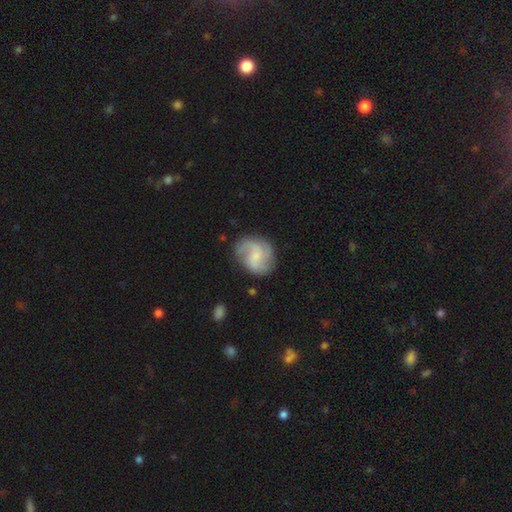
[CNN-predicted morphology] Smooth or featured? featured or disk (71%)
Edge-on disk? no (98%)
Bar? no (52%)
Spiral arms? yes (94%)
Spiral winding? medium (47%)
Spiral arm count? 2 (41%)
Bulge size? small (49%)
Merging? none (70%)